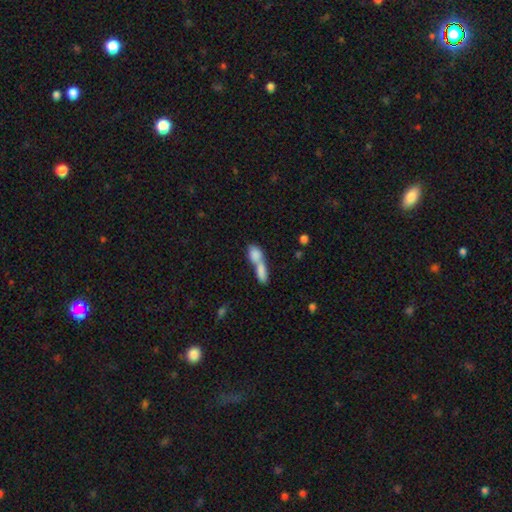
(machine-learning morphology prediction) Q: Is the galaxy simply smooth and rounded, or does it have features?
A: smooth — 79%.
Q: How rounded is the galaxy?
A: in between — 65%.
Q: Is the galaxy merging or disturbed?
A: merger — 74%.